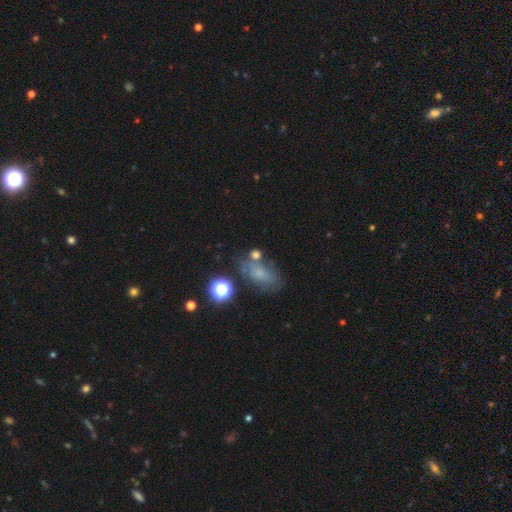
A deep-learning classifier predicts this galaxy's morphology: This is likely a smooth galaxy (63%). How rounded: likely in between (73%). Merging: possibly none (49%).